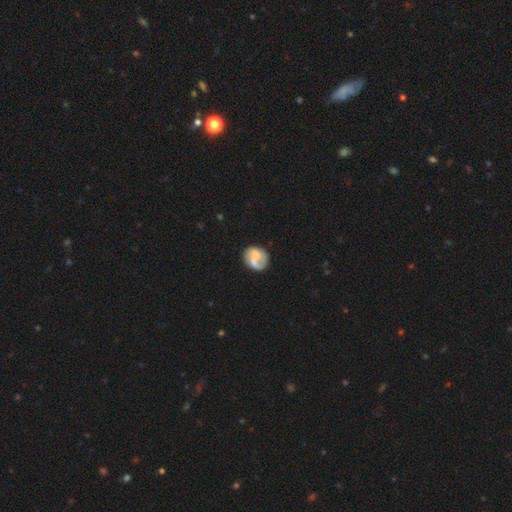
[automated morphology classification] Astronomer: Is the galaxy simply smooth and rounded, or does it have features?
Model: featured or disk — 47% (runner-up: smooth, 46%).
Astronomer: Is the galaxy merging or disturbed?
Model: none — 66%.